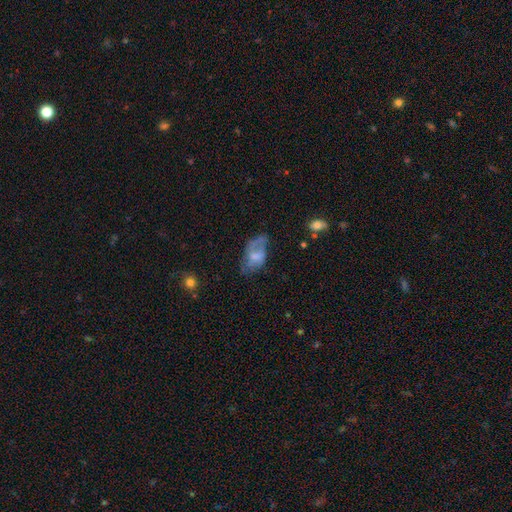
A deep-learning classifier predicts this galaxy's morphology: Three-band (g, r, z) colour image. It shows a featured or disk galaxy (46%, tied with smooth). Merging: none (37%).